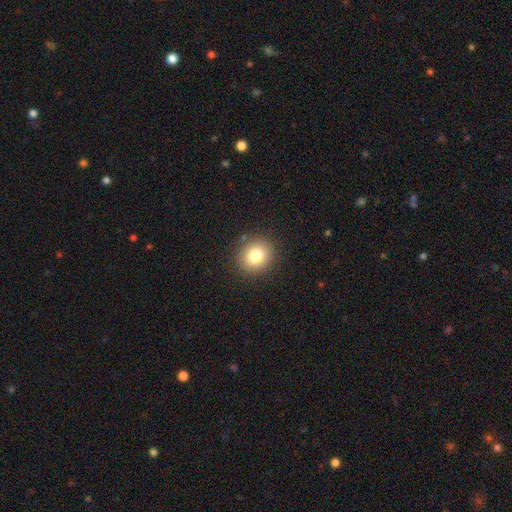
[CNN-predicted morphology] Smooth or featured?
  - smooth: 80% *
  - star or artifact: 11%
  - featured or disk: 9%
How rounded?
  - round: 79% *
  - in between: 20%
  - cigar-shaped: 1%
Merging?
  - none: 89% *
  - minor disturbance: 8%
  - major disturbance: 3%
  - merger: 1%